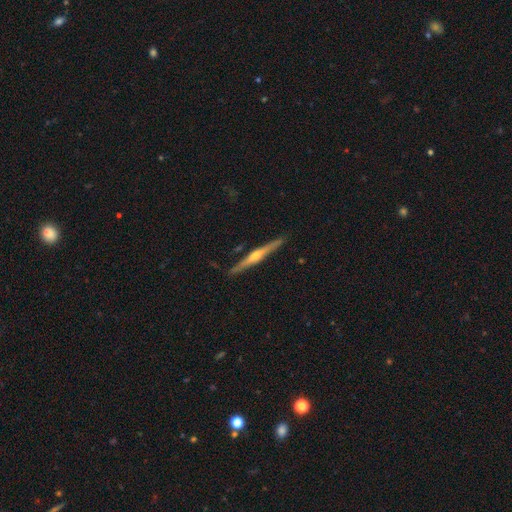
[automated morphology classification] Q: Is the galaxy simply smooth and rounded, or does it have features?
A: featured or disk — 75%.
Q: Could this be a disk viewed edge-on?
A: yes — 98%.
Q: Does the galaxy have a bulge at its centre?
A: rounded — 86%.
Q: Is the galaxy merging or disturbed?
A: none — 89%.